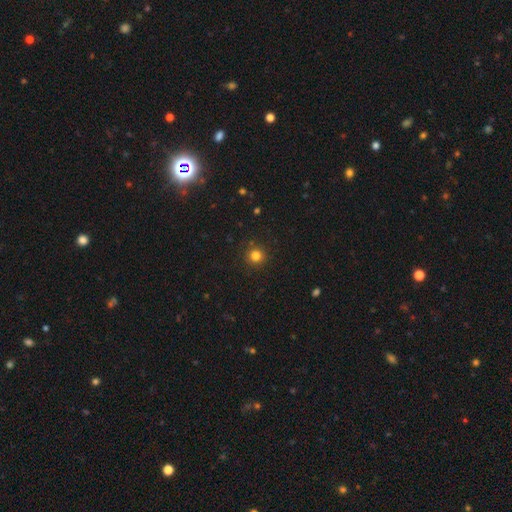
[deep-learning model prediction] Q: Smooth or featured?
A: smooth (81%); runner-up: star or artifact (14%)
Q: How rounded?
A: round (95%); runner-up: in between (4%)
Q: Merging?
A: none (91%); runner-up: minor disturbance (6%)